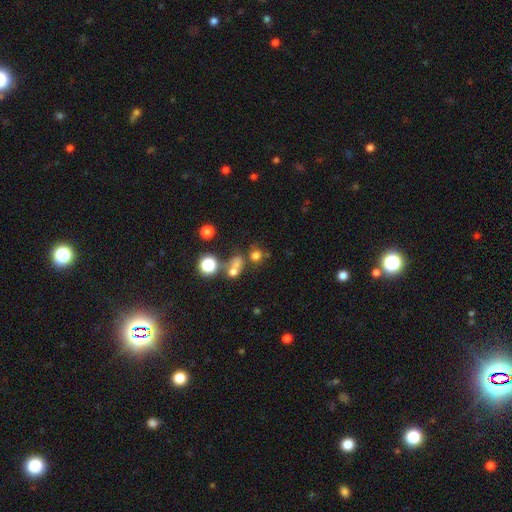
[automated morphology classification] A smooth galaxy with no disk features (65%) that is round (81%).

Vote fractions:
- Smooth or featured? smooth: 65% / star or artifact: 24% / featured or disk: 11%
- How rounded? round: 81% / in between: 18% / cigar-shaped: 2%
- Merging? none: 49% / merger: 29% / minor disturbance: 11% / major disturbance: 10%